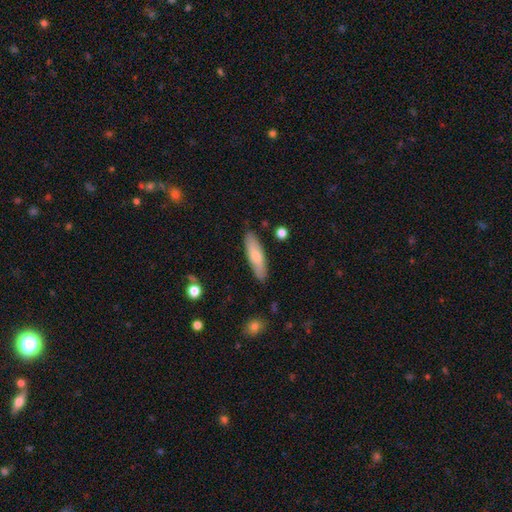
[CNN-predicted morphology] Smooth or featured?
  - smooth: 73% *
  - featured or disk: 22%
  - star or artifact: 6%
How rounded?
  - cigar-shaped: 64% *
  - in between: 34%
  - round: 2%
Merging?
  - none: 87% *
  - minor disturbance: 10%
  - major disturbance: 2%
  - merger: 2%